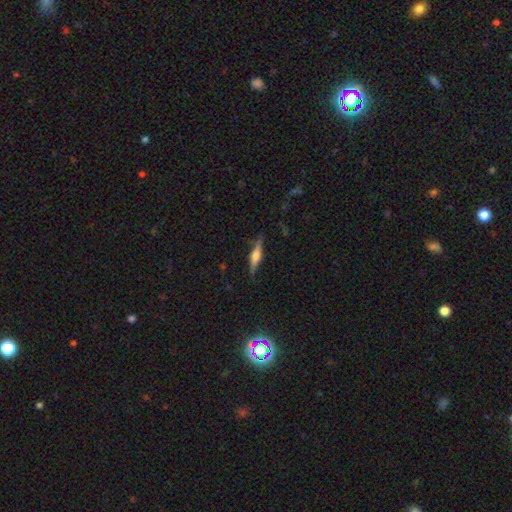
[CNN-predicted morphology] Smooth or featured? featured or disk (57%)
Edge-on disk? yes (95%)
Edge-on bulge? rounded (81%)
Merging? none (80%)